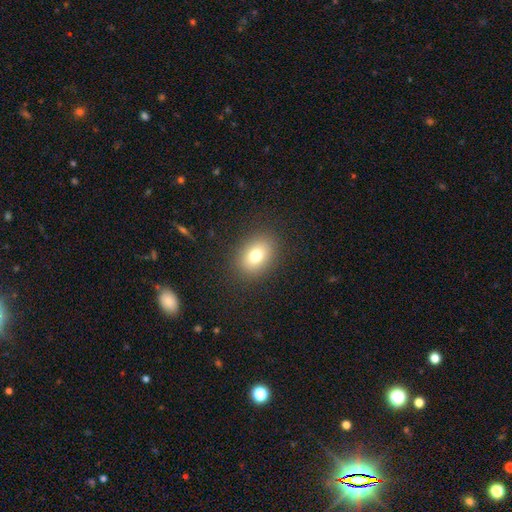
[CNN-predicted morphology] smooth 77%, star or artifact 12%, featured or disk 11%. Down the decision tree: how rounded — in between (67%); merging — none (87%).